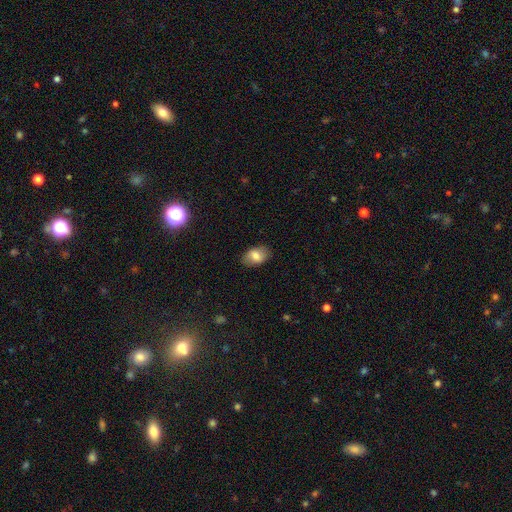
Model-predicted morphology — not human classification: A smooth galaxy with no disk features (78%) that is in between round and cigar-shaped (88%).

Vote fractions:
- Smooth or featured? smooth: 78% / featured or disk: 14% / star or artifact: 8%
- How rounded? in between: 88% / round: 11% / cigar-shaped: 1%
- Merging? none: 85% / minor disturbance: 11% / major disturbance: 3% / merger: 1%